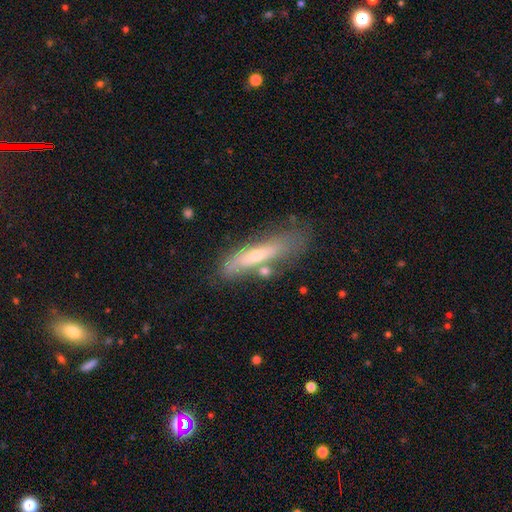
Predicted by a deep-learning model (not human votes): The model was most divided on "smooth or featured": smooth: 48%, featured or disk: 45%, star or artifact: 7%. More confident: merging — none (59%).